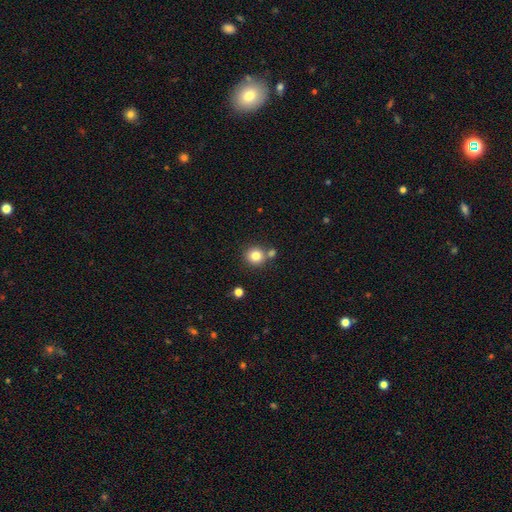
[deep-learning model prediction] smooth-or-featured: smooth: 81% | star or artifact: 11% | featured or disk: 8%
  how-rounded: round: 91% | in between: 8% | cigar-shaped: 1%
  merging: none: 70% | merger: 19% | minor disturbance: 9% | major disturbance: 3%